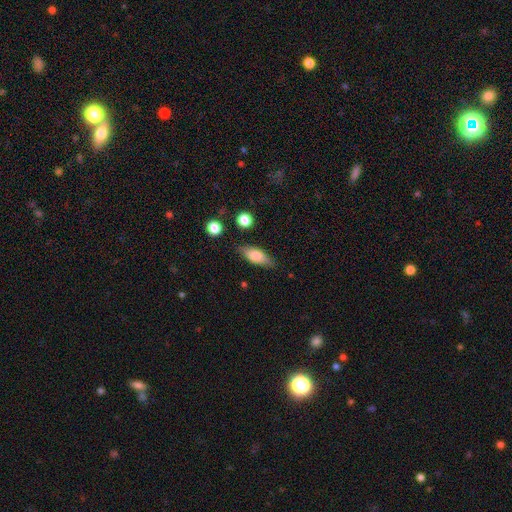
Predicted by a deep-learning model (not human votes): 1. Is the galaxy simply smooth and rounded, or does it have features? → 72% smooth, 21% featured or disk, 7% star or artifact.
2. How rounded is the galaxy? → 73% in between, 24% cigar-shaped, 3% round.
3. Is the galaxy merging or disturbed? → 79% none, 15% minor disturbance, 4% major disturbance, 3% merger.